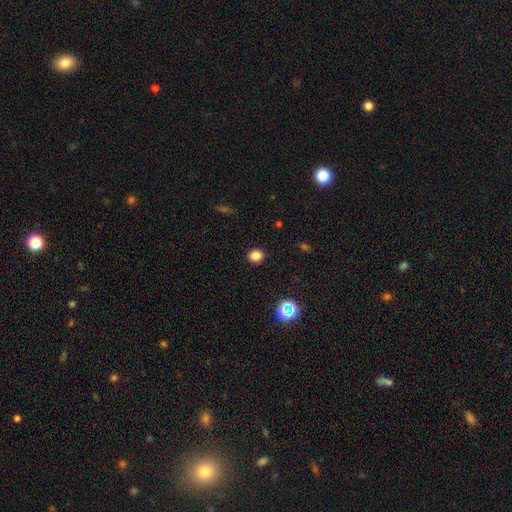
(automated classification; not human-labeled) smooth 82%, star or artifact 14%, featured or disk 4%. Down the decision tree: how rounded — round (76%); merging — none (90%).